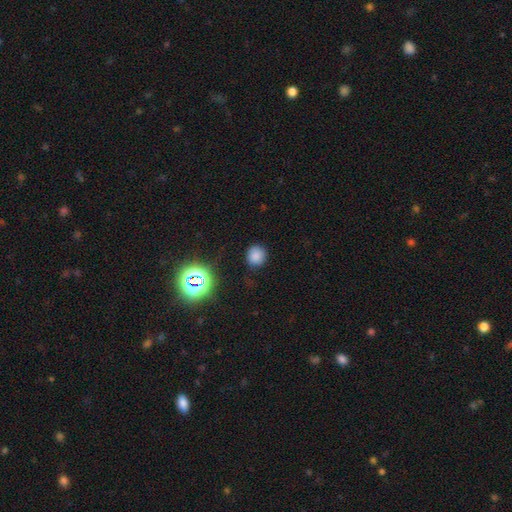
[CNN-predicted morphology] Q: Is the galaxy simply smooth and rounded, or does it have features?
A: smooth — 76%.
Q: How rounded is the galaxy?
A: round — 83%.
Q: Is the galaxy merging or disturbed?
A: none — 81%.